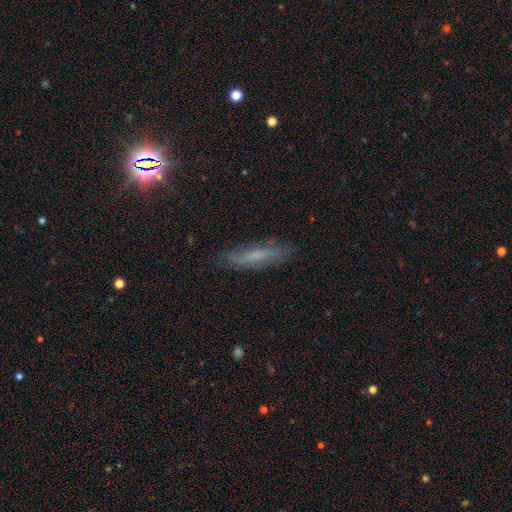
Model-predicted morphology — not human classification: Q: Smooth or featured?
A: smooth (45%); runner-up: featured or disk (43%)
Q: Merging?
A: none (79%); runner-up: minor disturbance (15%)